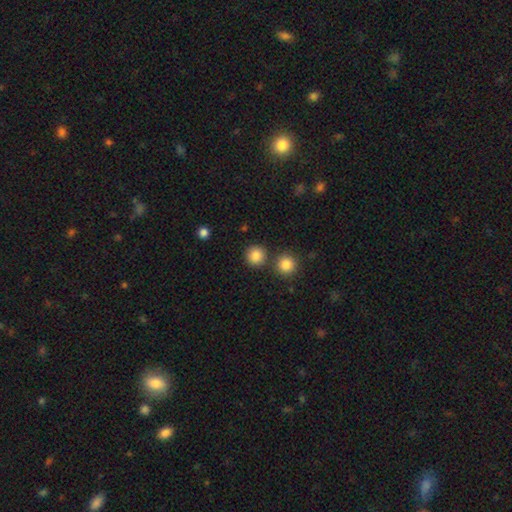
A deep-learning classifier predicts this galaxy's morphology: This appears to be a smooth galaxy with no disk features (85%) that is round (93%). Merging: none (81%).